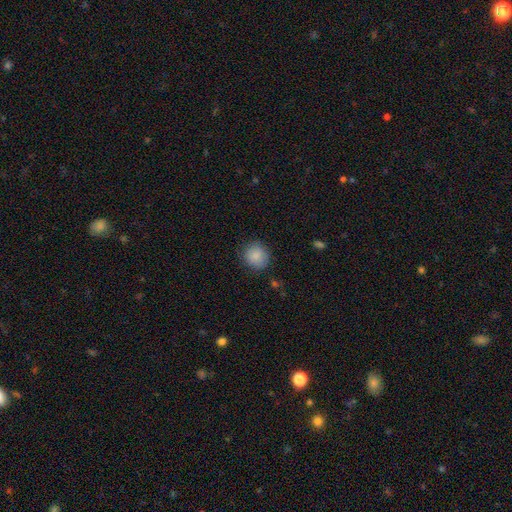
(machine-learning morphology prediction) smooth_or_featured: smooth (p=0.88) [alt: star or artifact p=0.08]
how_rounded: round (p=0.88) [alt: in between p=0.11]
merging: none (p=0.84) [alt: minor disturbance p=0.11]